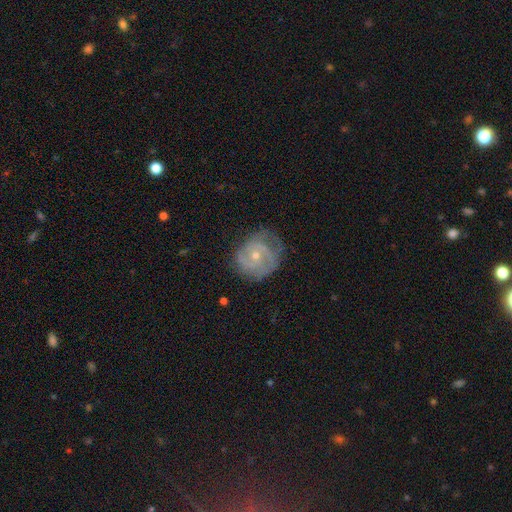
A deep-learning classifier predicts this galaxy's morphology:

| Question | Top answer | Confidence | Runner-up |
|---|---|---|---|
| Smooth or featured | featured or disk | 79% | smooth (15%) |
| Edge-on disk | no | 98% | yes (2%) |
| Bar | no | 70% | weak (26%) |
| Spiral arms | yes | 92% | no (8%) |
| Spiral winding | tight | 50% | medium (39%) |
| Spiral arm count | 2 | 46% | can't tell (22%) |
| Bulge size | small | 62% | moderate (35%) |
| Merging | none | 64% | minor disturbance (25%) |